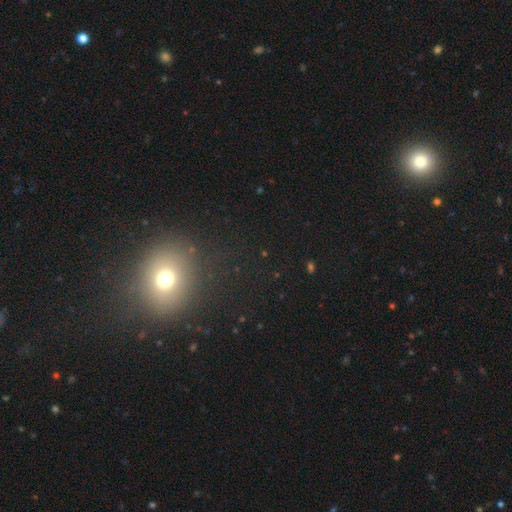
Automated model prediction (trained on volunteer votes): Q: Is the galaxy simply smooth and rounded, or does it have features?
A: smooth — 51%.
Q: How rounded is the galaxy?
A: round — 72%.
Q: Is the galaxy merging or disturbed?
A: none — 85%.